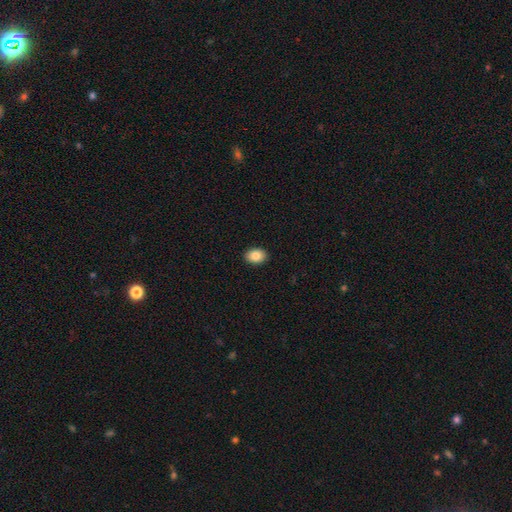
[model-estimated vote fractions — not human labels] Smooth or featured: smooth — 85% (star or artifact — 8%)
How rounded: in between — 78% (round — 21%)
Merging: none — 91% (minor disturbance — 7%)